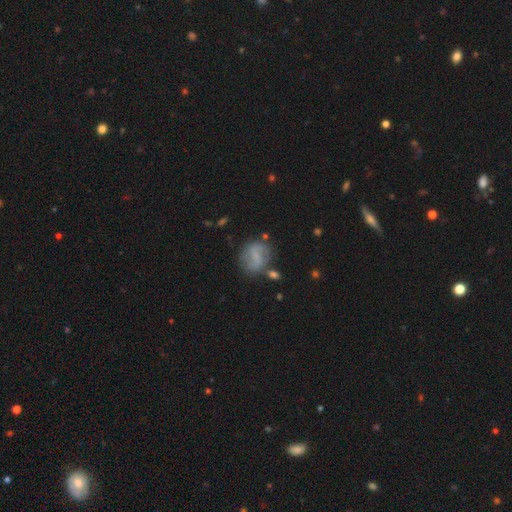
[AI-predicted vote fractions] smooth-or-featured: smooth: 47% | featured or disk: 44% | star or artifact: 9%
  merging: none: 61% | minor disturbance: 22% | major disturbance: 9% | merger: 8%